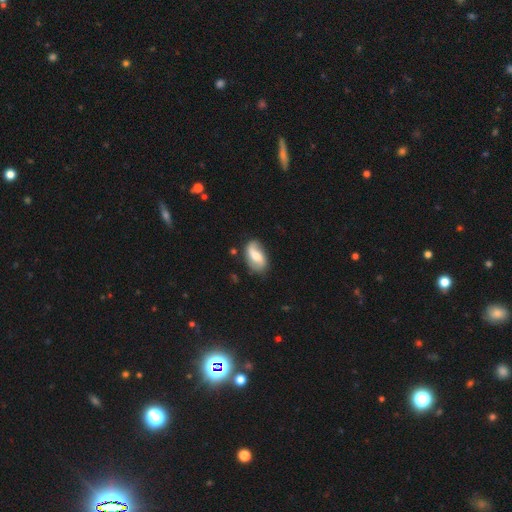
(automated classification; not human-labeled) Overall: featured or disk (54%; smooth 39%). Edge-on disk: no (95%). Bar: weak (45%; no 38%). Spiral arms: yes (87%). Bulge size: moderate (47%; small 25%). Merging: none (68%).